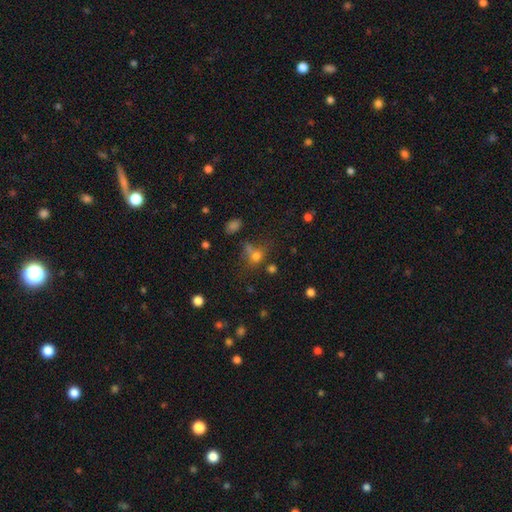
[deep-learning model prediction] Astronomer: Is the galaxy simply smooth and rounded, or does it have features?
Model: smooth — 68%.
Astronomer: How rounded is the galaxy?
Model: round — 63%.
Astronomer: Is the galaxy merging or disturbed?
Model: none — 47% (runner-up: merger, 22%).